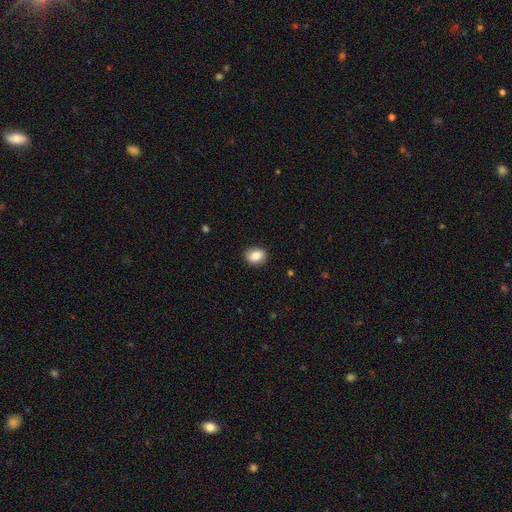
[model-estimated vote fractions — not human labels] Smooth or featured? Predicted: smooth (p=0.85). How rounded? Predicted: round (p=0.51). Merging? Predicted: none (p=0.90).